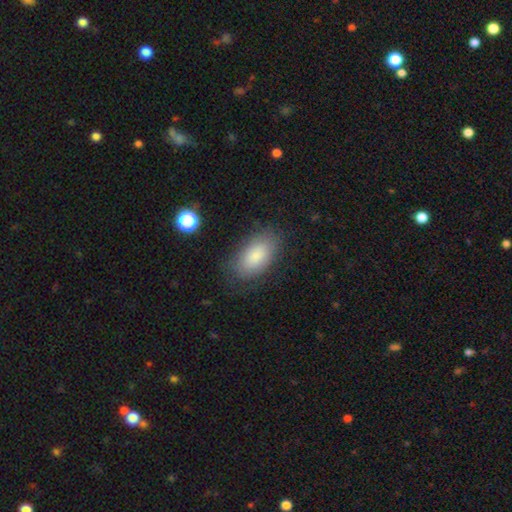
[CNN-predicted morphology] The model was most divided on "merging": none: 77%, minor disturbance: 15%, major disturbance: 6%, merger: 2%. More confident: how rounded — in between (93%); smooth or featured — smooth (82%).